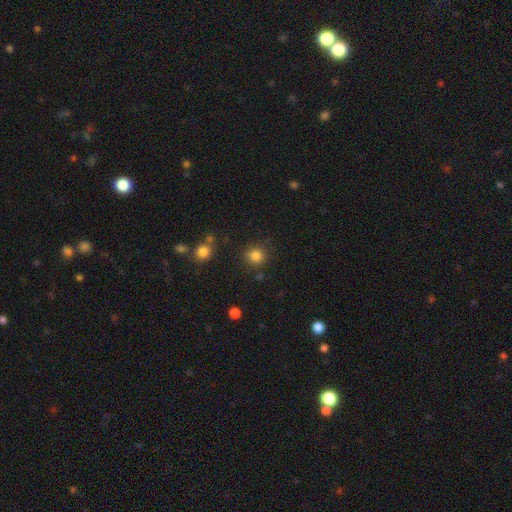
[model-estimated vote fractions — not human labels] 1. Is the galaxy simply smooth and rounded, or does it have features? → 84% smooth, 12% star or artifact, 4% featured or disk.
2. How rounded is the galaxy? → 90% round, 9% in between, 1% cigar-shaped.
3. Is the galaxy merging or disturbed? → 83% none, 9% minor disturbance, 4% merger, 4% major disturbance.